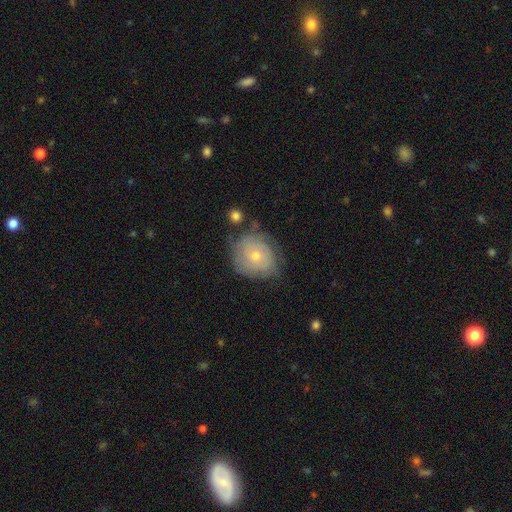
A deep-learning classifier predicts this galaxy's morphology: Smooth or featured? Predicted: featured or disk (p=0.53). Edge-on disk? Predicted: no (p=0.97). Bar? Predicted: no (p=0.85). Spiral arms? Predicted: yes (p=0.72). Bulge size? Predicted: small (p=0.58). Merging? Predicted: none (p=0.62).